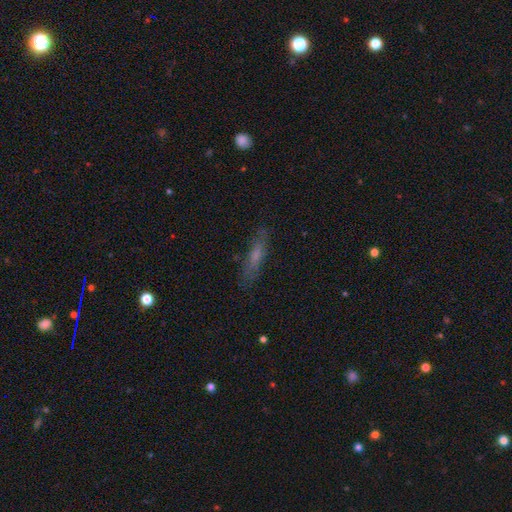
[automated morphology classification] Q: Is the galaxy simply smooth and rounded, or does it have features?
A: smooth — 56%.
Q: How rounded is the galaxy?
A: cigar-shaped — 79%.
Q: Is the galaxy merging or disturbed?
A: none — 80%.